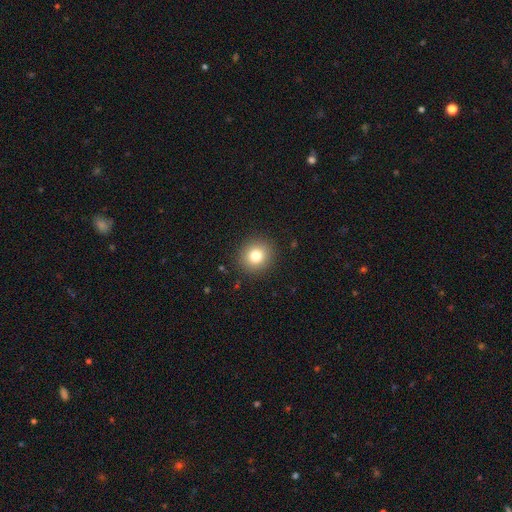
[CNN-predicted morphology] Smooth or featured? smooth (80%)
How rounded? round (85%)
Merging? none (90%)